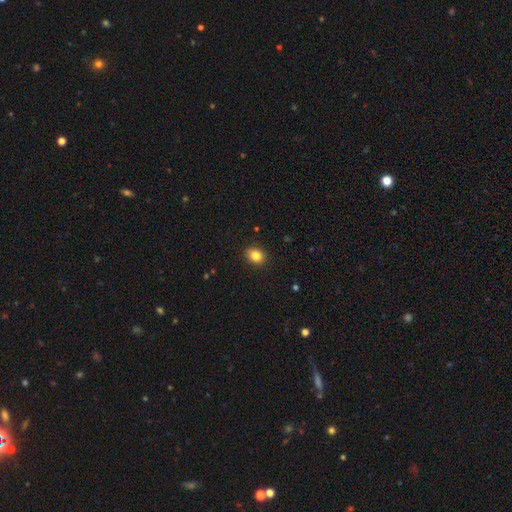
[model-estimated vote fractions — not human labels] Smooth or featured?
  - smooth: 83% *
  - star or artifact: 10%
  - featured or disk: 7%
How rounded?
  - round: 53% *
  - in between: 46%
  - cigar-shaped: 1%
Merging?
  - none: 89% *
  - minor disturbance: 8%
  - major disturbance: 2%
  - merger: 1%